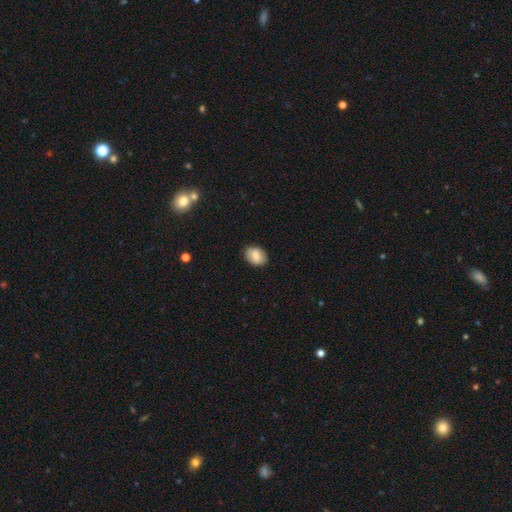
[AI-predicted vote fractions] smooth-or-featured: smooth: 80% | featured or disk: 13% | star or artifact: 8%
  how-rounded: in between: 71% | round: 27% | cigar-shaped: 1%
  merging: none: 87% | minor disturbance: 10% | major disturbance: 2% | merger: 1%